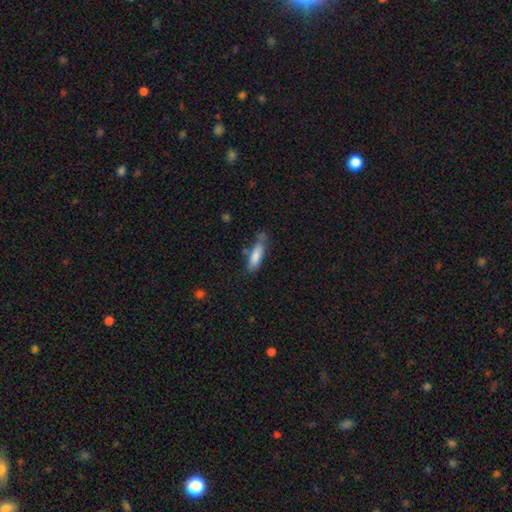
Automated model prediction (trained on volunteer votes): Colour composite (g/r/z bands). It shows a smooth galaxy with no disk features (80%) that is cigar-shaped (55%). Merging: none (57%).